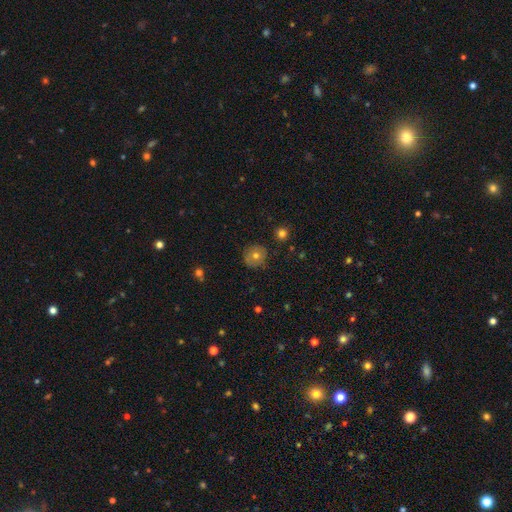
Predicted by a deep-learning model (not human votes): Q: Smooth or featured?
A: smooth (64%); runner-up: featured or disk (26%)
Q: How rounded?
A: round (92%); runner-up: in between (7%)
Q: Merging?
A: none (84%); runner-up: minor disturbance (12%)